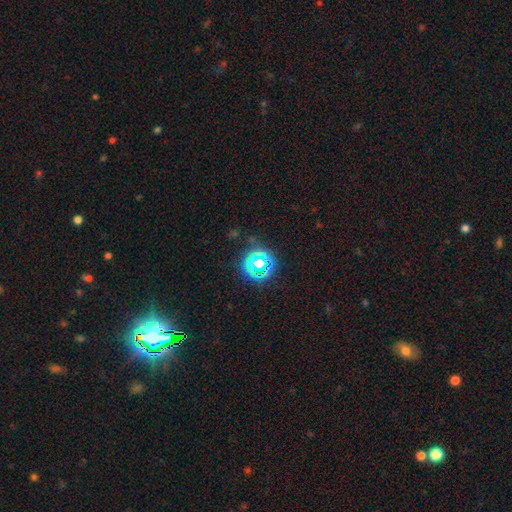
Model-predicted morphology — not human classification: A star or artifact, not a galaxy (58%).

Vote fractions:
- Smooth or featured? star or artifact: 58% / smooth: 36% / featured or disk: 6%